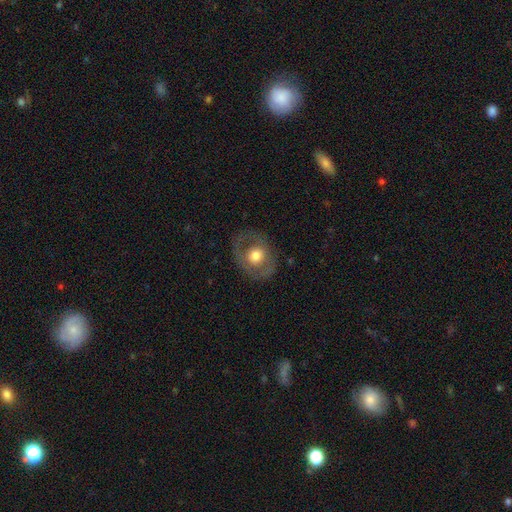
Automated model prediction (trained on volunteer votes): Smooth or featured: smooth — 50% (featured or disk — 43%)
How rounded: round — 57% (in between — 42%)
Merging: none — 74% (minor disturbance — 15%)